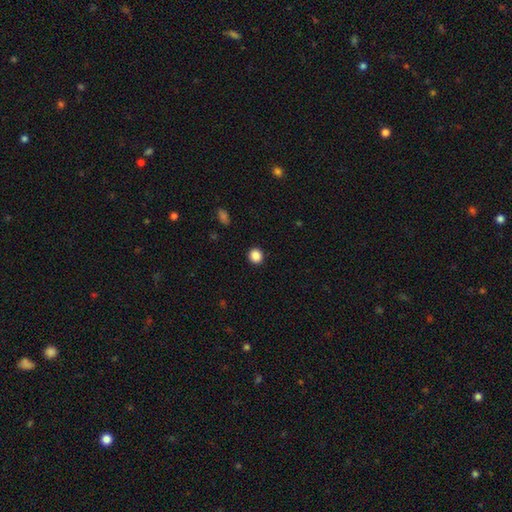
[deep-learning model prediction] smooth_or_featured: smooth (p=0.87) [alt: star or artifact p=0.10]
how_rounded: round (p=0.89) [alt: in between p=0.10]
merging: none (p=0.92) [alt: minor disturbance p=0.05]